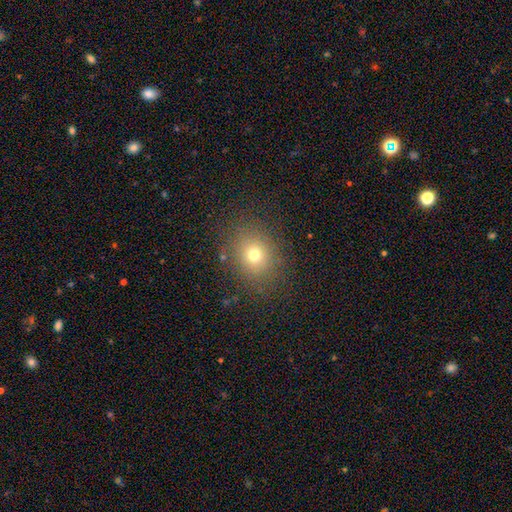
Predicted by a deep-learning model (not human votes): smooth-or-featured: smooth: 72% | star or artifact: 18% | featured or disk: 10%
  how-rounded: round: 74% | in between: 25% | cigar-shaped: 1%
  merging: none: 84% | minor disturbance: 10% | major disturbance: 5% | merger: 1%